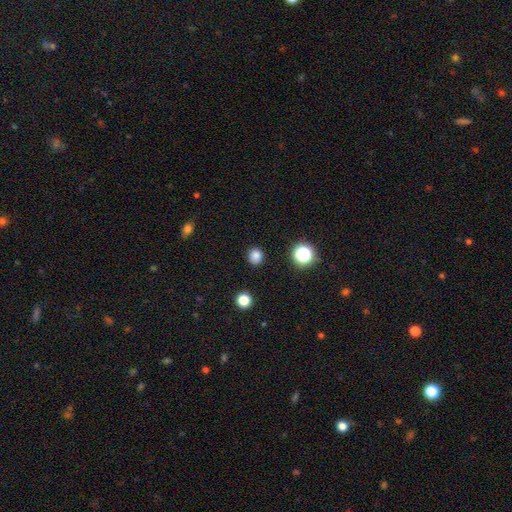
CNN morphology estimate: Smooth or featured?
  - smooth: 82% *
  - star or artifact: 14%
  - featured or disk: 4%
How rounded?
  - round: 84% *
  - in between: 15%
  - cigar-shaped: 1%
Merging?
  - none: 89% *
  - minor disturbance: 7%
  - major disturbance: 2%
  - merger: 2%